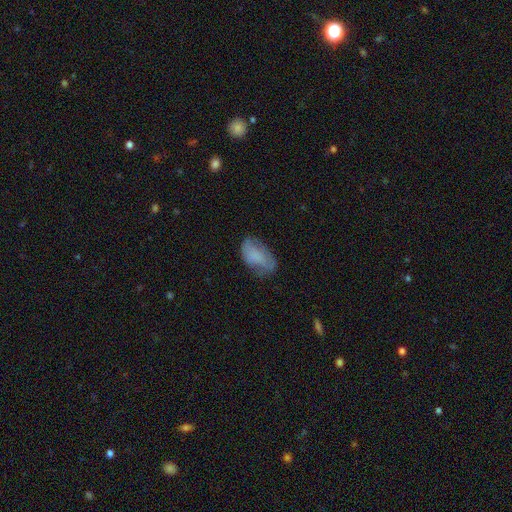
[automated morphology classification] This appears to be a smooth galaxy with no disk features (67%) that is in between round and cigar-shaped (92%). Merging: none (53%).